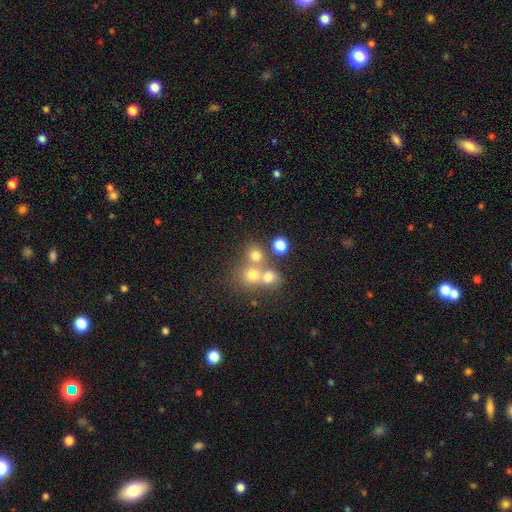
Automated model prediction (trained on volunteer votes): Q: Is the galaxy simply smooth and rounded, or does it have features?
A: smooth — 68%.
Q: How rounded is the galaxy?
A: round — 81%.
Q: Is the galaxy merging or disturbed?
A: none — 49%.